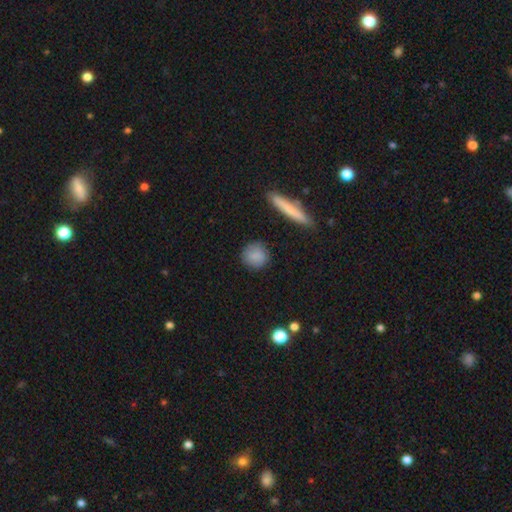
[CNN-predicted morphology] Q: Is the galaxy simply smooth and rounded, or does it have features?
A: smooth — 85%.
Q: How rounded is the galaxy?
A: round — 87%.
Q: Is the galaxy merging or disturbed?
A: none — 86%.